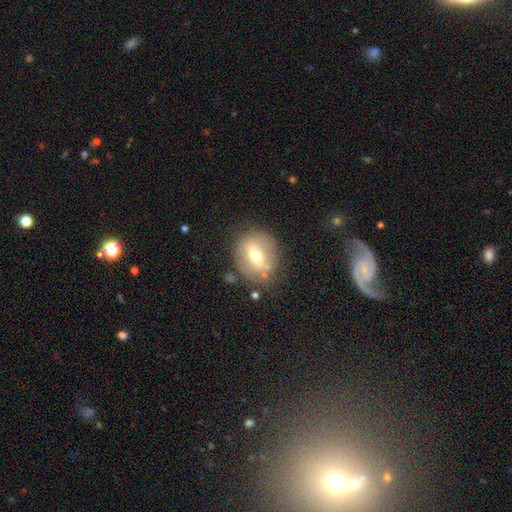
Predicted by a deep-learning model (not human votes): smooth-or-featured: smooth: 49% | featured or disk: 42% | star or artifact: 9%
  merging: none: 75% | minor disturbance: 15% | major disturbance: 6% | merger: 4%